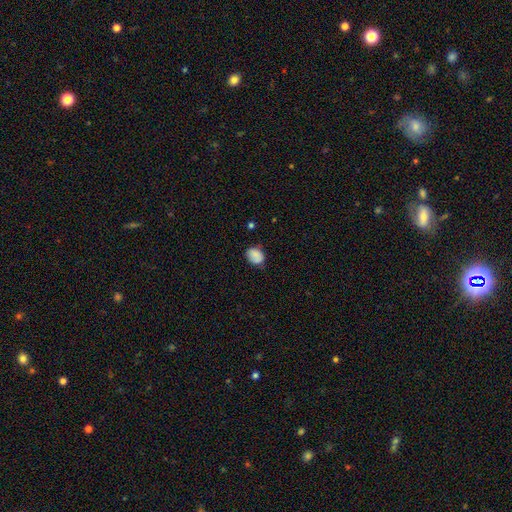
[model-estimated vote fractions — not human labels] A smooth galaxy with no disk features (83%) that is in between round and cigar-shaped (59%).

Vote fractions:
- Smooth or featured? smooth: 83% / star or artifact: 9% / featured or disk: 8%
- How rounded? in between: 59% / round: 40% / cigar-shaped: 1%
- Merging? none: 69% / minor disturbance: 24% / major disturbance: 5% / merger: 2%